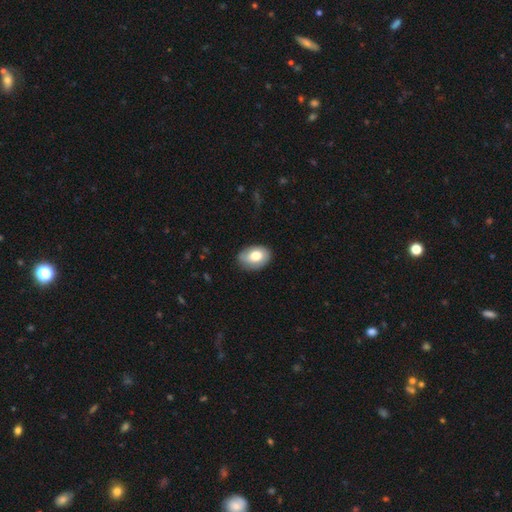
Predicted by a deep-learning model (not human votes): Smooth or featured: smooth — 72% (featured or disk — 21%)
How rounded: in between — 81% (round — 18%)
Merging: none — 78% (minor disturbance — 18%)